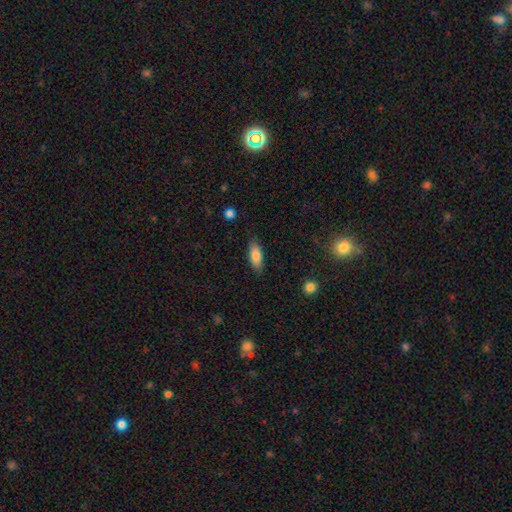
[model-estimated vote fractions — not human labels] Smooth or featured? Predicted: smooth (p=0.81). How rounded? Predicted: in between (p=0.71). Merging? Predicted: none (p=0.86).